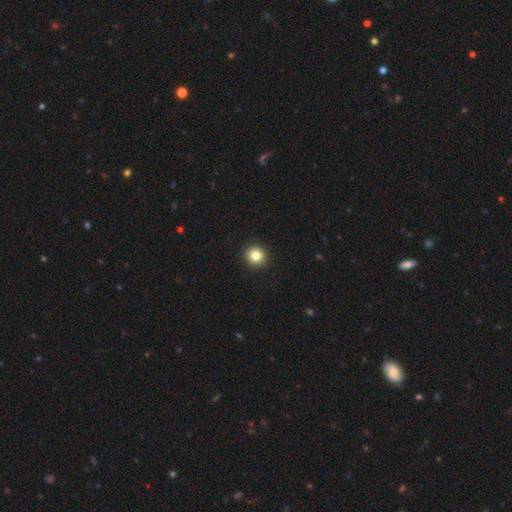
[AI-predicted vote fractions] Q: Smooth or featured?
A: smooth (83%); runner-up: star or artifact (11%)
Q: How rounded?
A: round (94%); runner-up: in between (5%)
Q: Merging?
A: none (93%); runner-up: minor disturbance (4%)